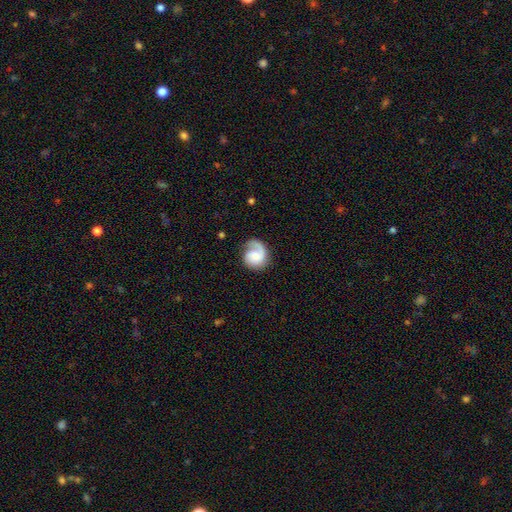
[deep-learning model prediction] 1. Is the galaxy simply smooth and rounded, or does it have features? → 70% featured or disk, 24% smooth, 6% star or artifact.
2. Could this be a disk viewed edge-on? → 98% no, 2% yes.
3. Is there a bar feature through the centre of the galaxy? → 62% no, 32% weak, 5% strong.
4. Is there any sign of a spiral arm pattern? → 95% yes, 5% no.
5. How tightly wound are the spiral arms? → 38% medium, 36% tight, 26% loose.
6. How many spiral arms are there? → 75% 1, 19% 2, 4% can't tell, 1% 3, 1% 4, 1% more than 4.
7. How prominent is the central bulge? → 37% small, 30% moderate, 18% none, 12% large, 3% dominant.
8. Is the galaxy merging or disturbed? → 63% none, 18% minor disturbance, 17% major disturbance, 2% merger.